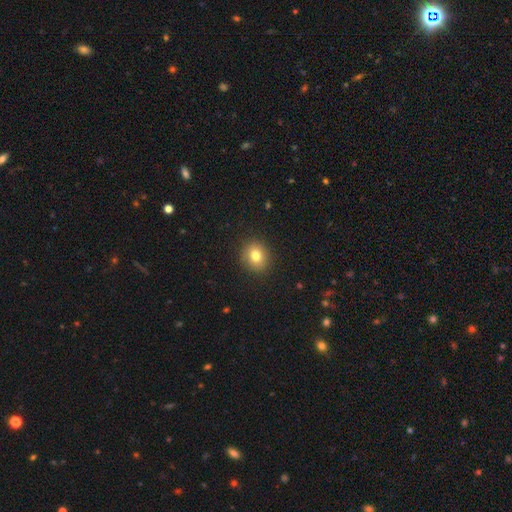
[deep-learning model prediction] Morphology: type=smooth (79%); roundness=round (77%); merging=none (89%).